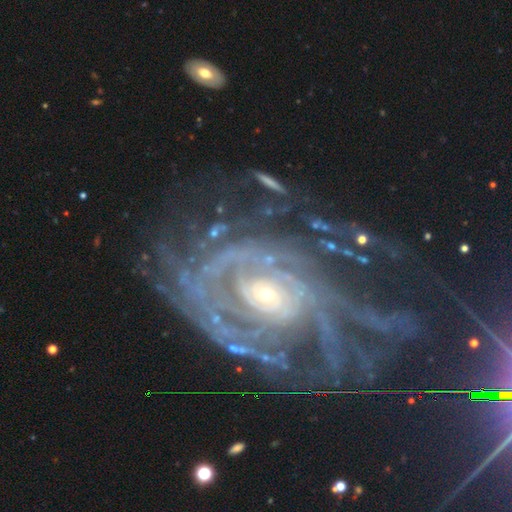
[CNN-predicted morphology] A featured or disk galaxy (88%) with no bar (69%), tight (64%) spiral arms (94%) and a small central bulge (74%).

Vote fractions:
- Smooth or featured? featured or disk: 88% / star or artifact: 8% / smooth: 5%
- Edge-on disk? no: 97% / yes: 3%
- Bar? no: 69% / weak: 21% / strong: 10%
- Spiral arms? yes: 94% / no: 6%
- Spiral winding? tight: 64% / medium: 26% / loose: 9%
- Spiral arm count? can't tell: 33% / 2: 17% / more than 4: 15% / 3: 13% / 4: 13% / 1: 9%
- Bulge size? small: 74% / moderate: 20% / large: 3% / none: 2% / dominant: 1%
- Merging? none: 48% / major disturbance: 30% / minor disturbance: 18% / merger: 4%